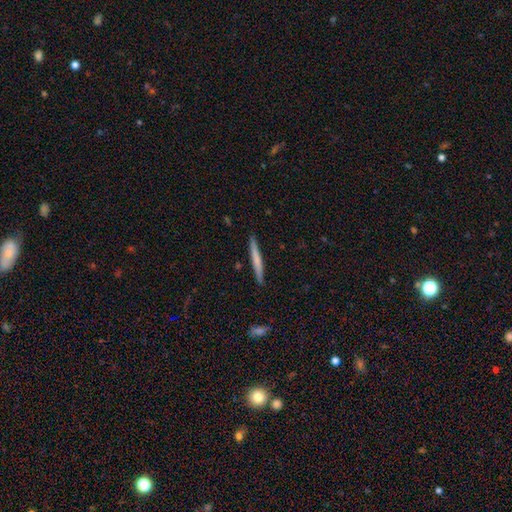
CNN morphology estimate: Overall: smooth (52%; featured or disk 41%). How rounded: cigar-shaped (97%). Merging: none (91%).